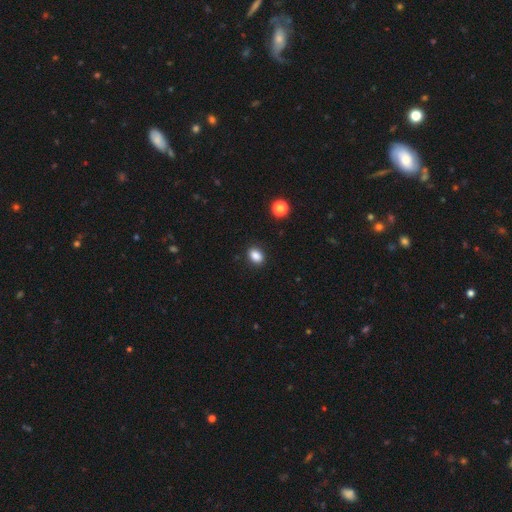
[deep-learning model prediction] A smooth galaxy with no disk features (87%) that is in between round and cigar-shaped (71%). Merging: none (88%).